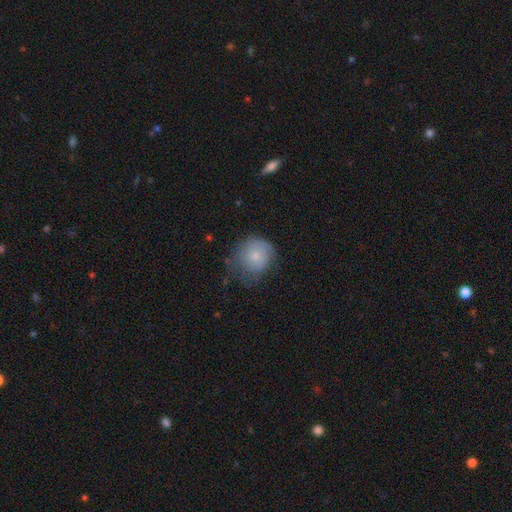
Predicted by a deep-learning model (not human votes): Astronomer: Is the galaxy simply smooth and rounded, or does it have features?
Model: smooth — 72%.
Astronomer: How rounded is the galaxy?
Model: round — 81%.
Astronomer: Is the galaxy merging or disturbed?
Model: none — 45% (runner-up: minor disturbance, 34%).